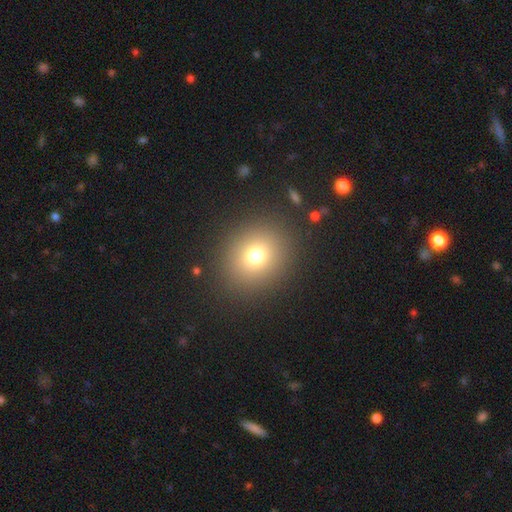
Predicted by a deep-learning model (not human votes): Smooth or featured? Predicted: smooth (p=0.73). How rounded? Predicted: round (p=0.75). Merging? Predicted: none (p=0.88).